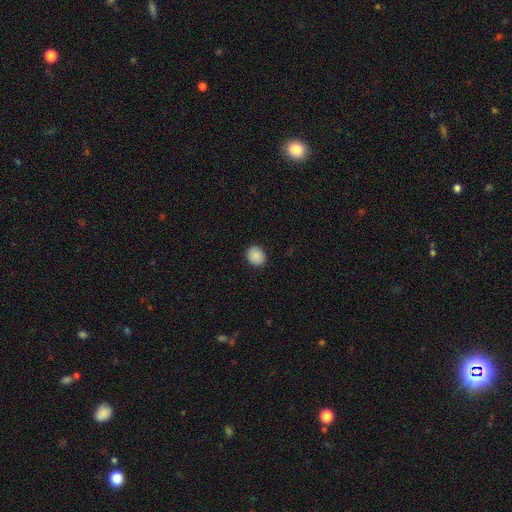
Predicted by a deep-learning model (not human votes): Morphology: type=smooth (88%); roundness=round (72%); merging=none (89%).